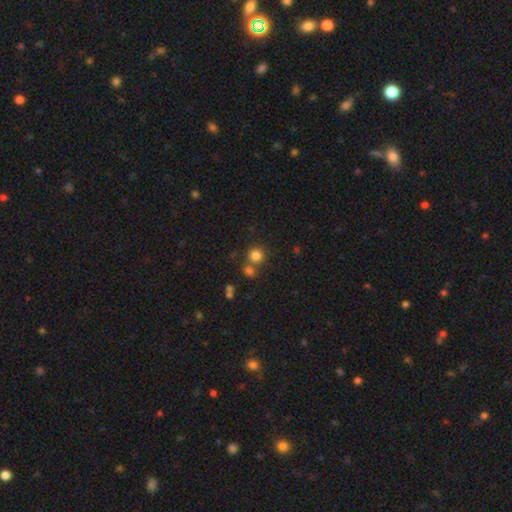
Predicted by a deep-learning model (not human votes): Smooth or featured? smooth (80%)
How rounded? round (91%)
Merging? none (64%)